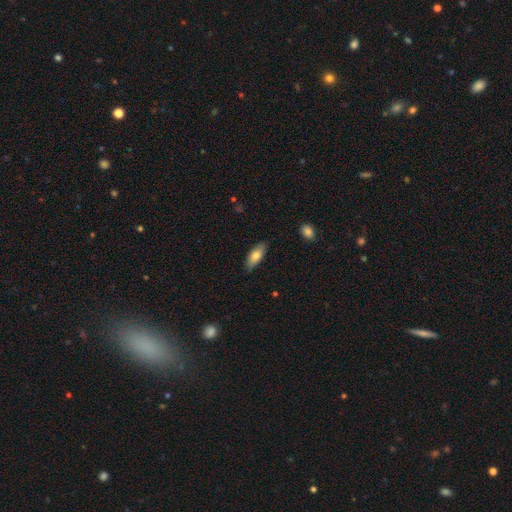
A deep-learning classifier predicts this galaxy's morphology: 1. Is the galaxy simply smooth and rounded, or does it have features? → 77% smooth, 17% featured or disk, 6% star or artifact.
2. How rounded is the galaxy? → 79% in between, 18% cigar-shaped, 2% round.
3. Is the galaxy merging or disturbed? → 81% none, 15% minor disturbance, 2% major disturbance, 1% merger.